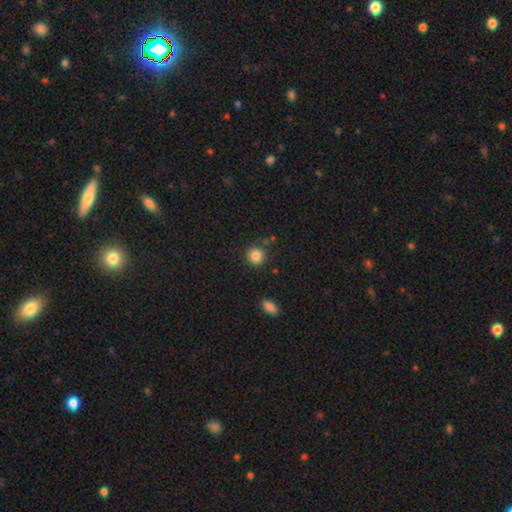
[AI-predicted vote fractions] The model was most divided on "merging": none: 83%, minor disturbance: 10%, merger: 5%, major disturbance: 3%. More confident: how rounded — round (91%); smooth or featured — smooth (86%).